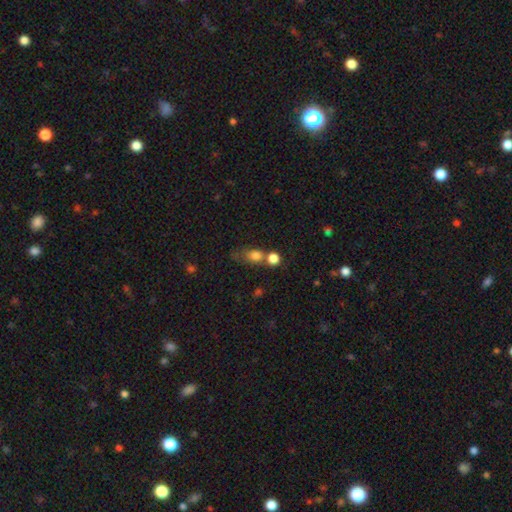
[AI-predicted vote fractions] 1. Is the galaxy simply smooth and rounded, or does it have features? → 77% smooth, 13% star or artifact, 10% featured or disk.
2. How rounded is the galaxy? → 51% round, 45% in between, 4% cigar-shaped.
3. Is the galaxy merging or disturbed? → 37% merger, 36% none, 16% minor disturbance, 11% major disturbance.